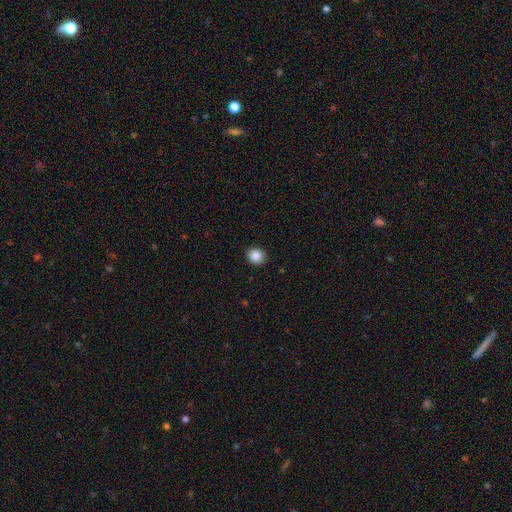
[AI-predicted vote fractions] Smooth or featured? smooth (87%)
How rounded? round (71%)
Merging? none (91%)